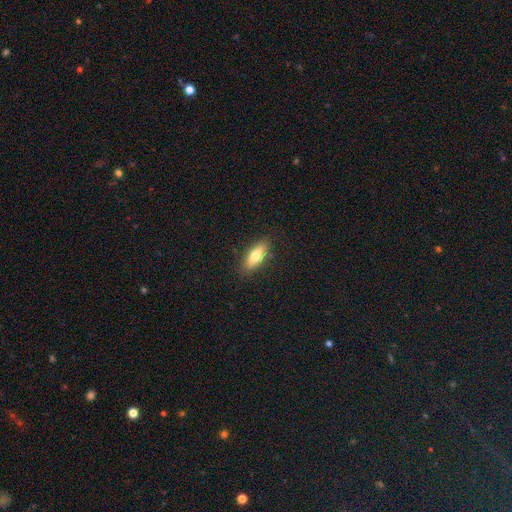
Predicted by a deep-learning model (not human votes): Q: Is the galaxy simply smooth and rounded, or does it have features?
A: smooth — 73%.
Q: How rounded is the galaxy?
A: in between — 68%.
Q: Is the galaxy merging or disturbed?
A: none — 86%.